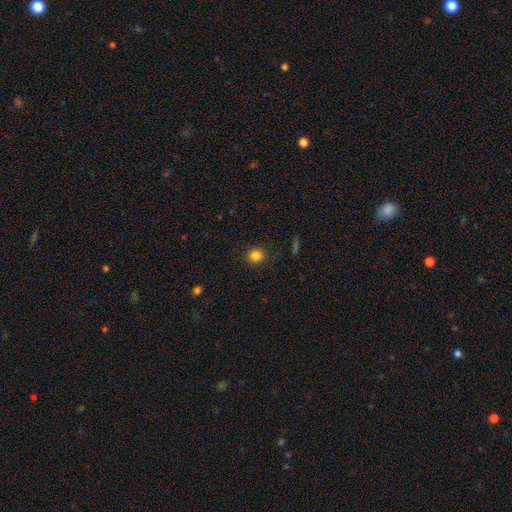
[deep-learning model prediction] A smooth galaxy with no disk features (84%) that is round (89%). Merging: none (89%).